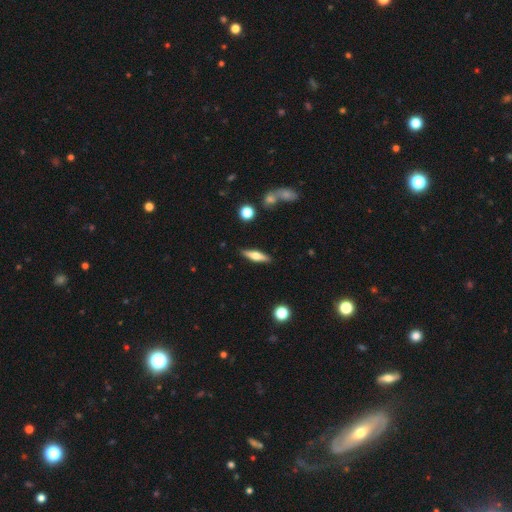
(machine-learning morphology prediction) A smooth galaxy with no disk features (50%).

Vote fractions:
- Smooth or featured? smooth: 50% / featured or disk: 44% / star or artifact: 7%
- Merging? none: 87% / minor disturbance: 9% / merger: 2% / major disturbance: 2%